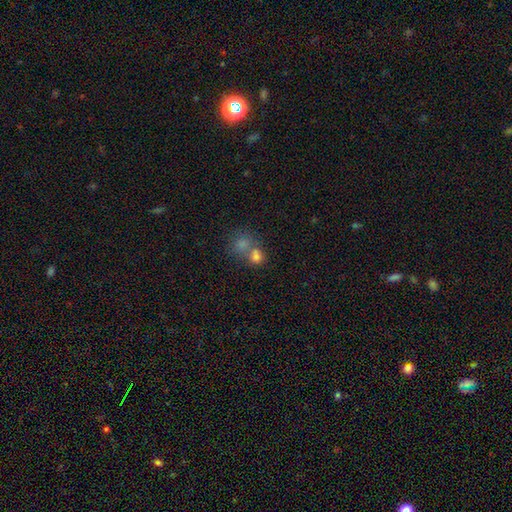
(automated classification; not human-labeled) This appears to be a smooth galaxy with no disk features (74%) that is round (67%). Merging: merger (56%).